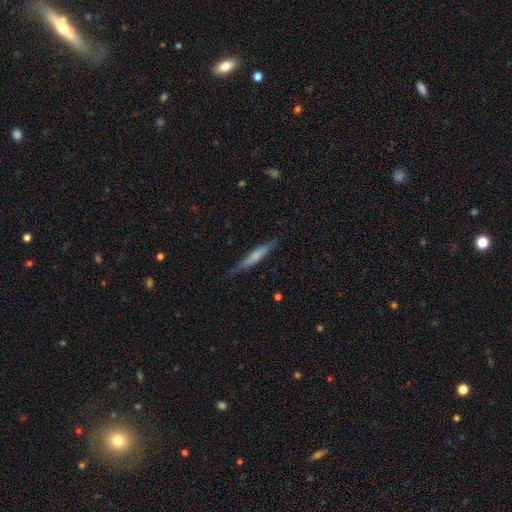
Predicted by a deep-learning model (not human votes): smooth_or_featured: smooth (p=0.48) [alt: featured or disk p=0.46]
merging: none (p=0.81) [alt: minor disturbance p=0.15]